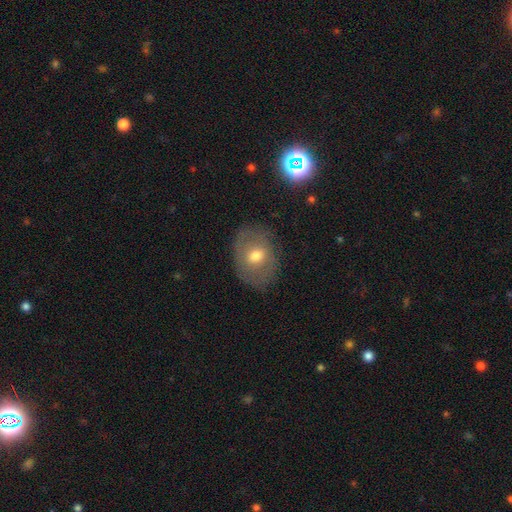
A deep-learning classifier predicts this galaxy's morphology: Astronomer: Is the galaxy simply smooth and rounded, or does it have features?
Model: smooth — 56% (runner-up: featured or disk, 36%).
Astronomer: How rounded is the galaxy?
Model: in between — 64%.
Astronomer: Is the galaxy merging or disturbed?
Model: none — 76%.